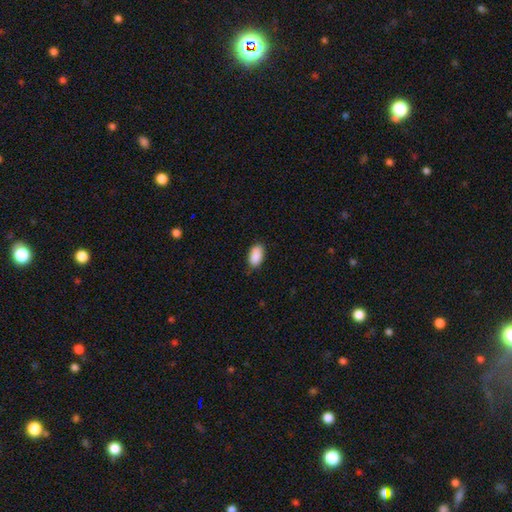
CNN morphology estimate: This is clearly a smooth galaxy (90%). How rounded: clearly in between (94%). Merging: clearly none (81%).